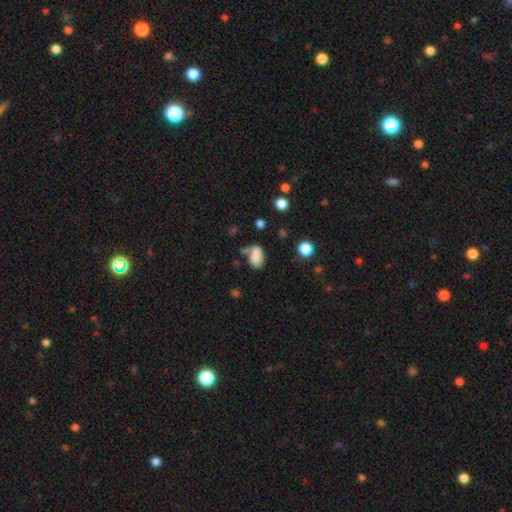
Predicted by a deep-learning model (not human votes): Overall: smooth (78%). How rounded: in between (85%). Merging: none (37%; minor disturbance 23%).